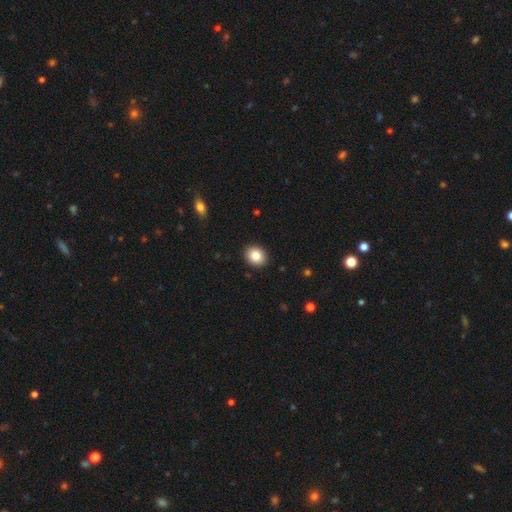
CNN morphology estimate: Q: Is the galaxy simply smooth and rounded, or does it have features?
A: smooth — 84%.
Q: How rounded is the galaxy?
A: round — 61%.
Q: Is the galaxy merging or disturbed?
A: none — 91%.